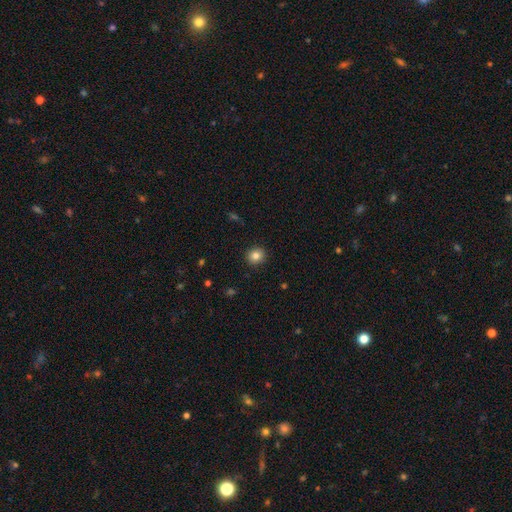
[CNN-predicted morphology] This appears to be a smooth galaxy with no disk features (83%) that is round (88%). Merging: none (92%).